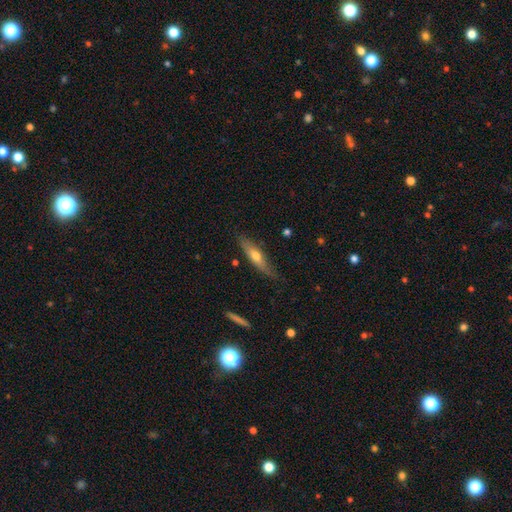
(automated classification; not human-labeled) A smooth galaxy with no disk features (51%) that is cigar-shaped (74%). Merging: none (75%).